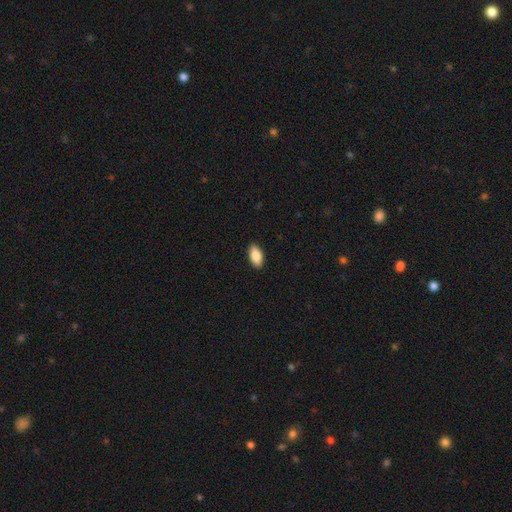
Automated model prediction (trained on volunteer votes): This appears to be a smooth galaxy with no disk features (84%) that is in between round and cigar-shaped (90%). Merging: none (90%).